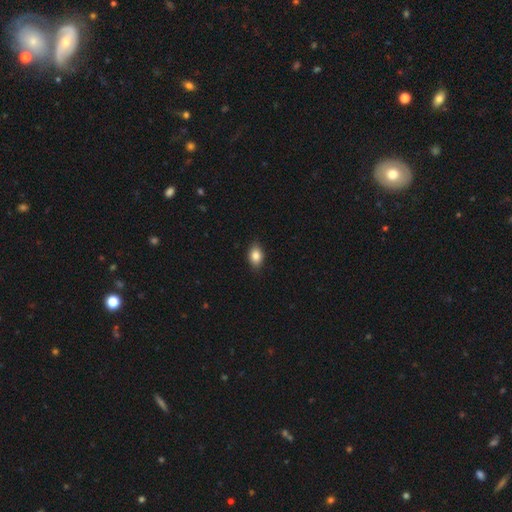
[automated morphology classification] Smooth or featured: smooth — 84% (star or artifact — 8%)
How rounded: in between — 85% (round — 13%)
Merging: none — 87% (minor disturbance — 10%)